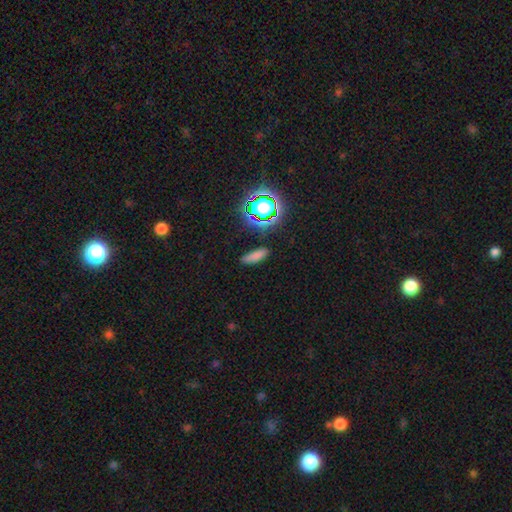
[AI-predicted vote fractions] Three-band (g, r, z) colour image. It shows a smooth galaxy with no disk features (74%) that is in between round and cigar-shaped (50%). Merging: none (85%).